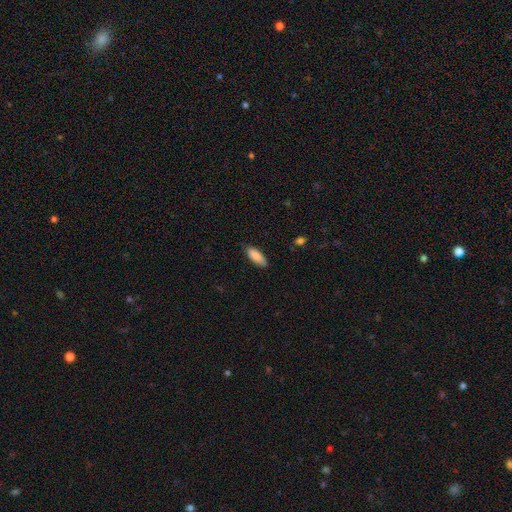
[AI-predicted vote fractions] This appears to be a smooth galaxy with no disk features (87%) that is in between round and cigar-shaped (69%). Merging: none (84%).